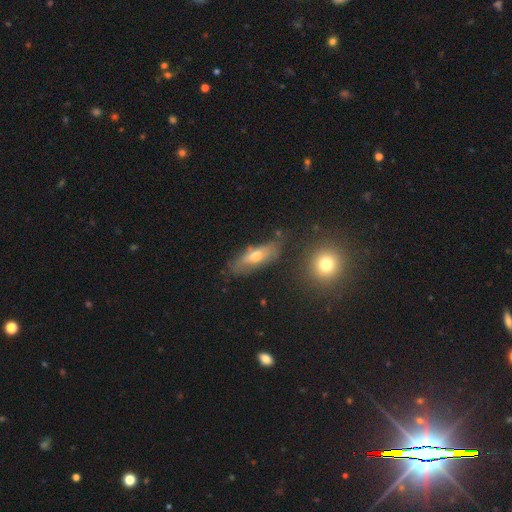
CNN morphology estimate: Overall: smooth (50%; featured or disk 41%). Merging: none (70%).